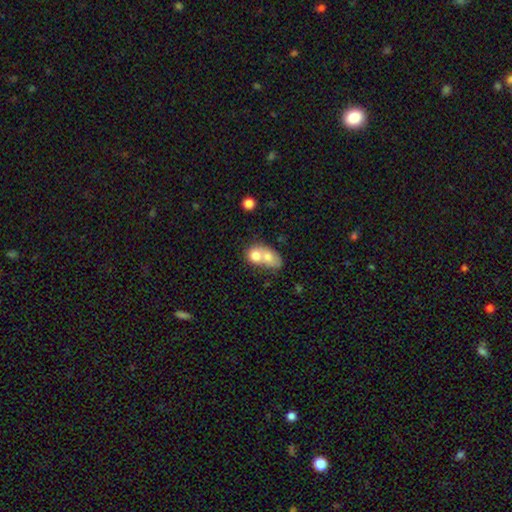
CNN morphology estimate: The model was most divided on "how rounded": in between: 54%, round: 43%, cigar-shaped: 2%. More confident: merging — merger (75%); smooth or featured — smooth (69%).